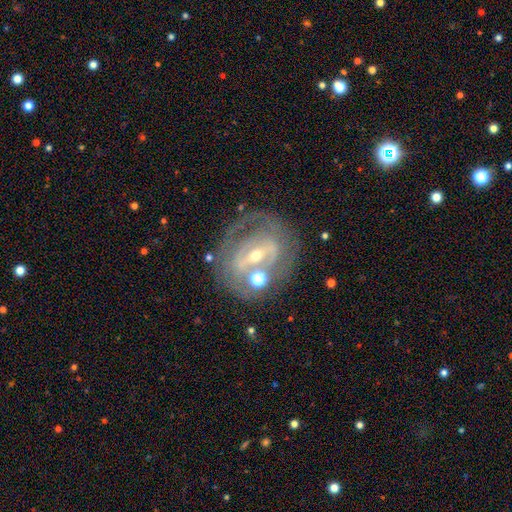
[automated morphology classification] Smooth or featured? featured or disk (80%)
Edge-on disk? no (93%)
Bar? strong (57%)
Spiral arms? yes (62%)
Bulge size? small (51%)
Merging? none (65%)